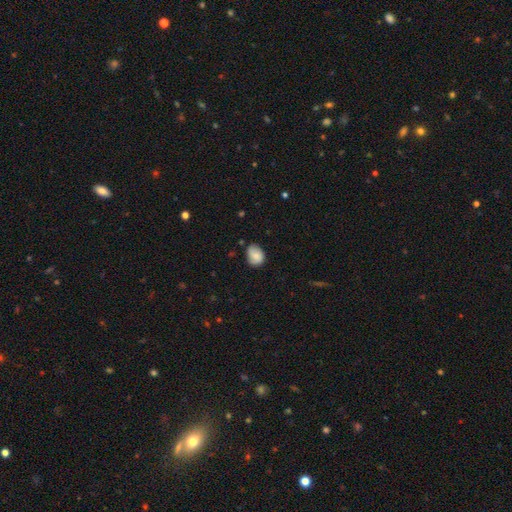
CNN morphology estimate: smooth 71%, featured or disk 21%, star or artifact 8%. Down the decision tree: how rounded — in between (63%); merging — none (63%).